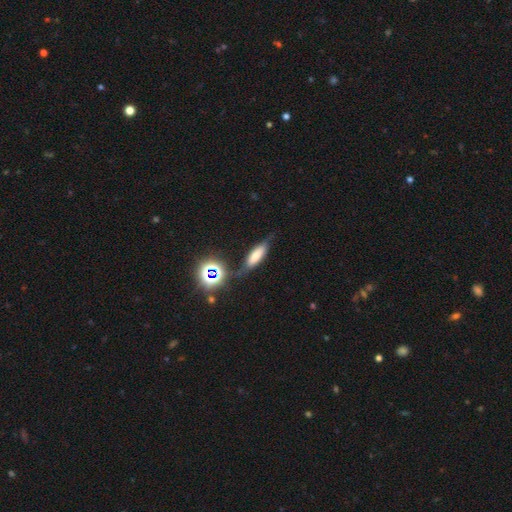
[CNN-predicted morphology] A smooth galaxy with no disk features (59%) that is in between round and cigar-shaped (52%). Merging: none (62%).